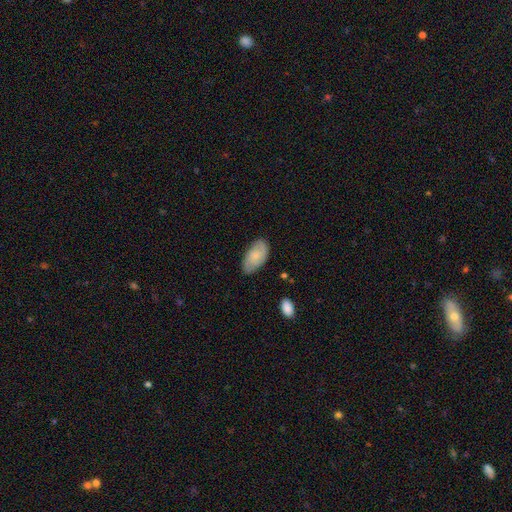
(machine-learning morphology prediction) smooth-or-featured: smooth: 63% | featured or disk: 30% | star or artifact: 7%
  how-rounded: in between: 94% | round: 3% | cigar-shaped: 3%
  merging: none: 74% | minor disturbance: 20% | major disturbance: 4% | merger: 2%